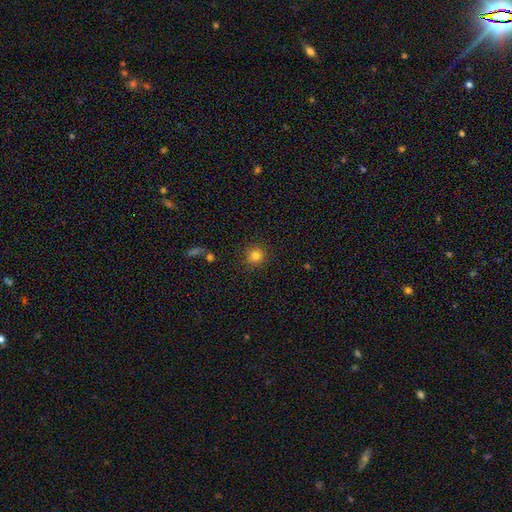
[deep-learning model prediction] Overall: smooth (81%). How rounded: round (91%). Merging: none (87%).